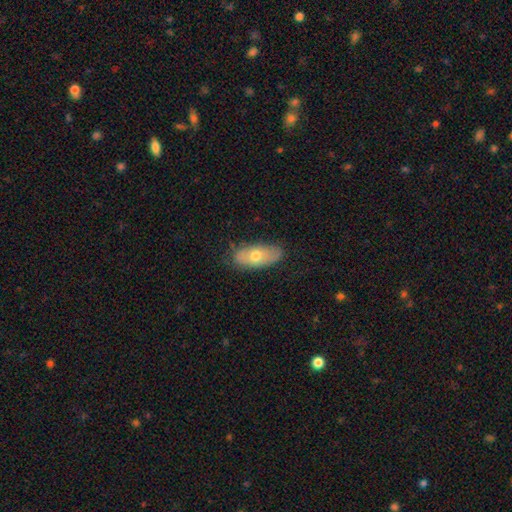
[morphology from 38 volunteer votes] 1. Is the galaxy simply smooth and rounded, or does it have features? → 61% smooth, 34% featured or disk, 5% star or artifact.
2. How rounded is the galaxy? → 91% in between, 9% cigar-shaped, 0% round.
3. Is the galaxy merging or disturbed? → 72% none, 25% minor disturbance, 3% major disturbance, 0% merger.